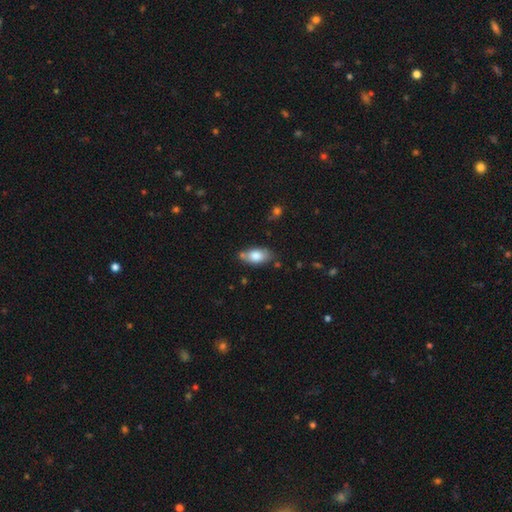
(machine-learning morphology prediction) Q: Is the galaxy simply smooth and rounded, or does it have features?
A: smooth — 79%.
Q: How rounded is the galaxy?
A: in between — 90%.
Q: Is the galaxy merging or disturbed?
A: none — 69%.